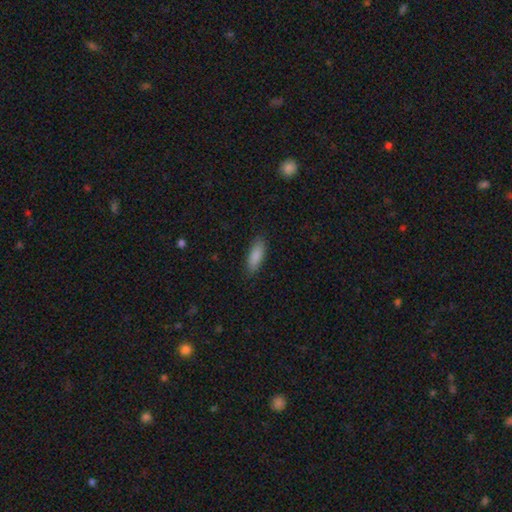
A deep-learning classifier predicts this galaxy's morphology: Smooth or featured?
  - smooth: 88% *
  - star or artifact: 6%
  - featured or disk: 6%
How rounded?
  - in between: 67% *
  - cigar-shaped: 31%
  - round: 2%
Merging?
  - none: 86% *
  - minor disturbance: 11%
  - major disturbance: 2%
  - merger: 1%